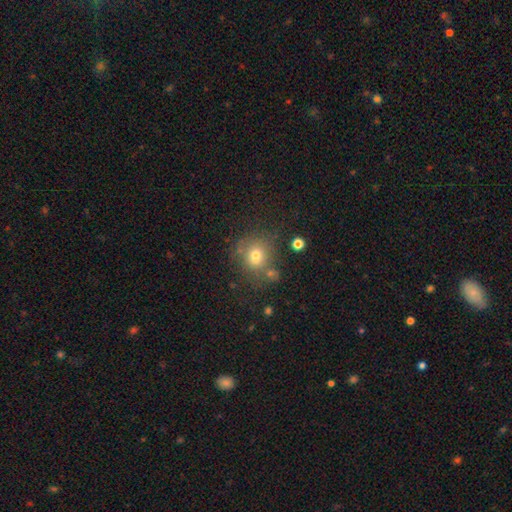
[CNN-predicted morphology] Smooth or featured: smooth — 71% (star or artifact — 16%)
How rounded: round — 79% (in between — 20%)
Merging: none — 66% (minor disturbance — 15%)